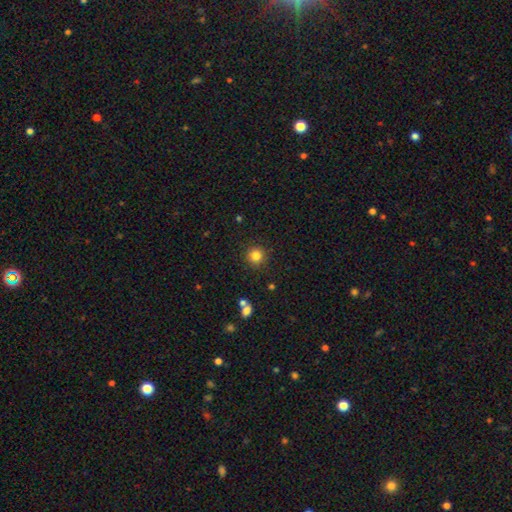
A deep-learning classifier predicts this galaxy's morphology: The model was most divided on "smooth or featured": smooth: 83%, star or artifact: 12%, featured or disk: 5%. More confident: how rounded — round (94%); merging — none (90%).